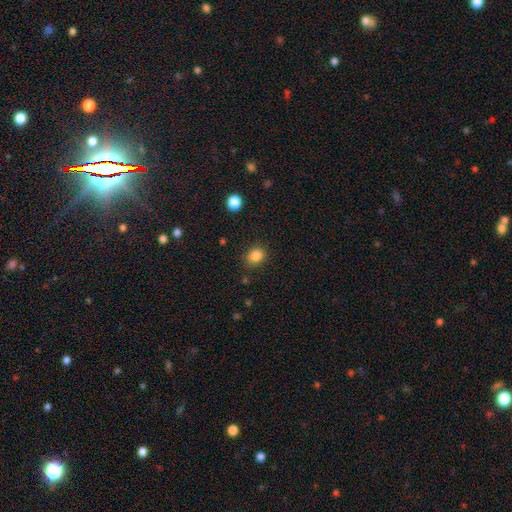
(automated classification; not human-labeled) The model was most divided on "how rounded": round: 61%, in between: 38%, cigar-shaped: 1%. More confident: smooth or featured — smooth (84%); merging — none (83%).